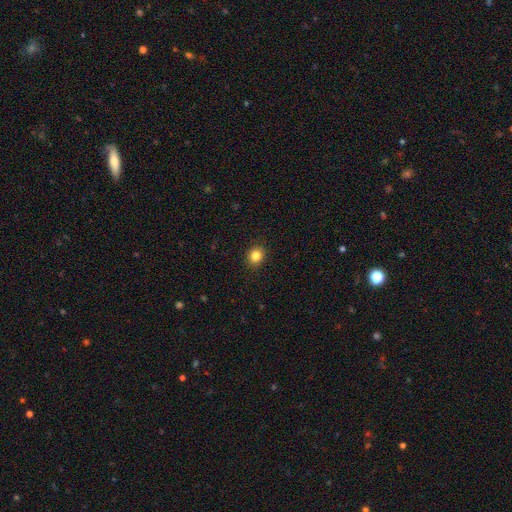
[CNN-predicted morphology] A smooth galaxy with no disk features (83%) that is round (71%). Merging: none (90%).